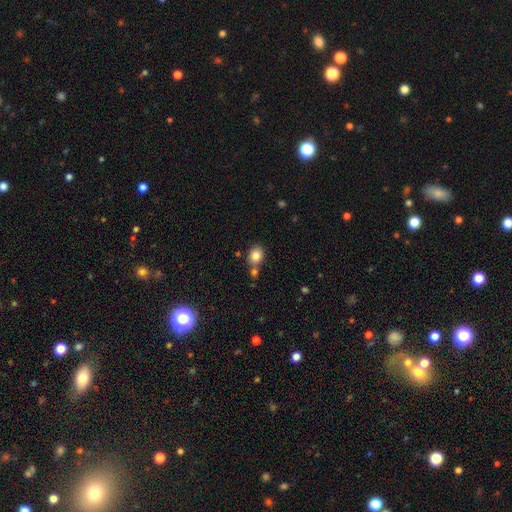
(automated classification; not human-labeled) This is clearly a smooth galaxy (83%). How rounded: possibly round (56%). Merging: likely none (63%).